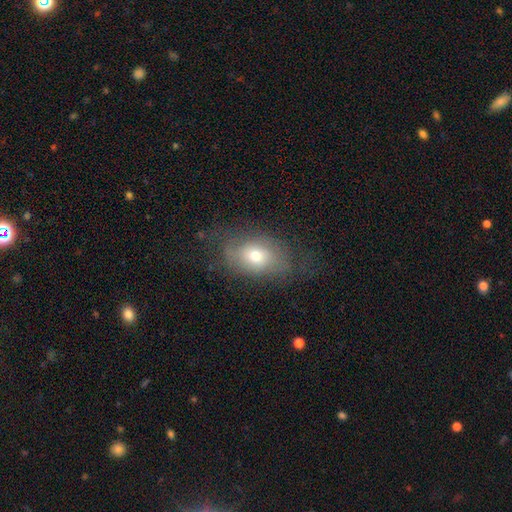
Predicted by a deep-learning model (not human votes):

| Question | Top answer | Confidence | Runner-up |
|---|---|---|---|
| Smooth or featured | smooth | 63% | featured or disk (26%) |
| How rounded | in between | 80% | round (18%) |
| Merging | none | 61% | minor disturbance (24%) |